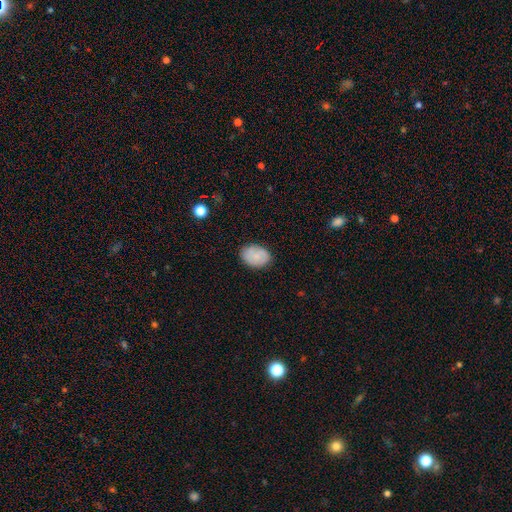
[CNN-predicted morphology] A smooth galaxy with no disk features (72%) that is in between round and cigar-shaped (77%). Merging: none (82%).